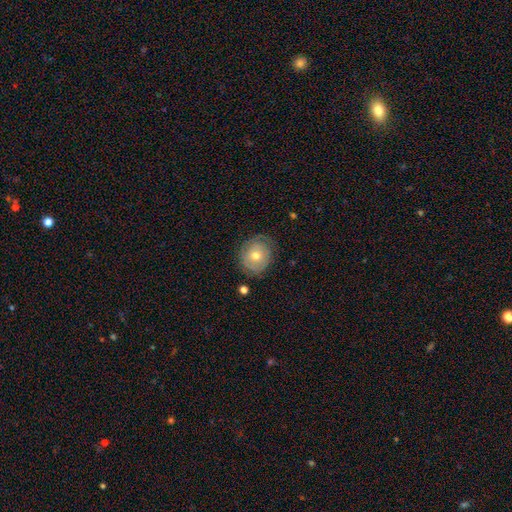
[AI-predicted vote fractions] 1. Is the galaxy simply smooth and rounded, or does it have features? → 51% featured or disk, 40% smooth, 8% star or artifact.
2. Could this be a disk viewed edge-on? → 96% no, 4% yes.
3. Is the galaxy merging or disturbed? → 72% none, 19% minor disturbance, 7% major disturbance, 2% merger.